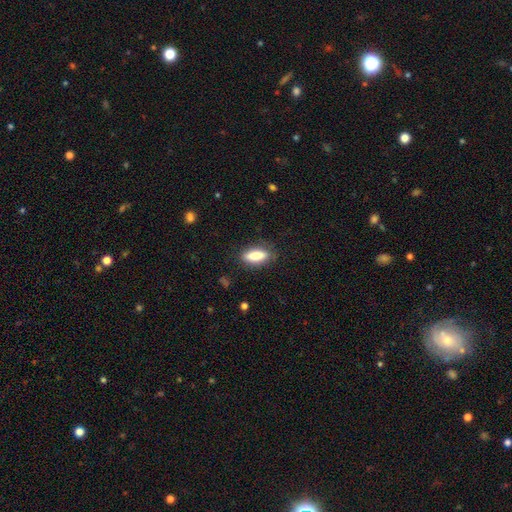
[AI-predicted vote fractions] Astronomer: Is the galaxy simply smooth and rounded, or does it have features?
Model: smooth — 81%.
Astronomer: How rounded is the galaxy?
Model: in between — 66%.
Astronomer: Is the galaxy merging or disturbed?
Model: none — 83%.